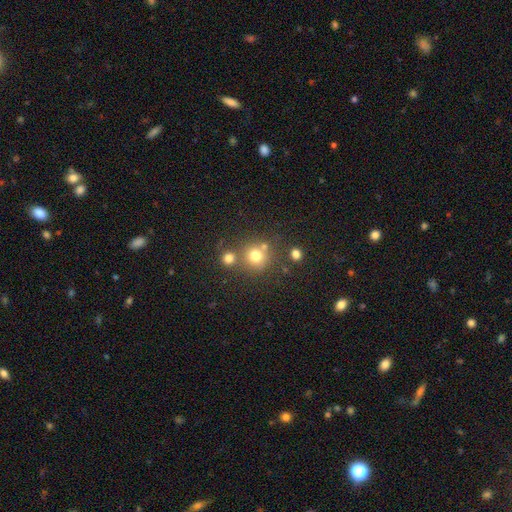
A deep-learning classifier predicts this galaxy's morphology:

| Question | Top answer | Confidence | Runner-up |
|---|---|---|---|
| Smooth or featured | smooth | 74% | star or artifact (16%) |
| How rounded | round | 91% | in between (8%) |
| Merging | none | 64% | merger (23%) |